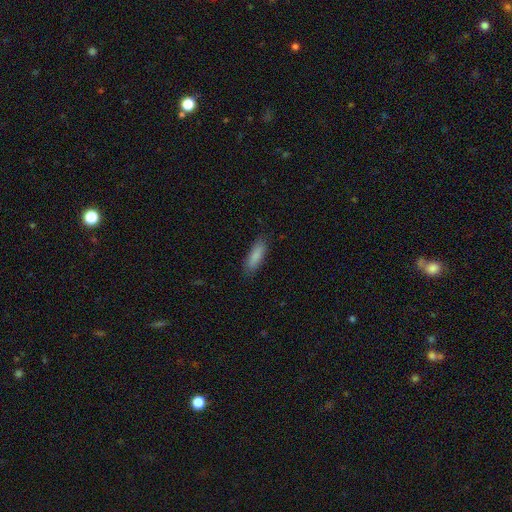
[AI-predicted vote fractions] Overall: smooth (87%). How rounded: cigar-shaped (53%; in between 45%). Merging: none (85%).